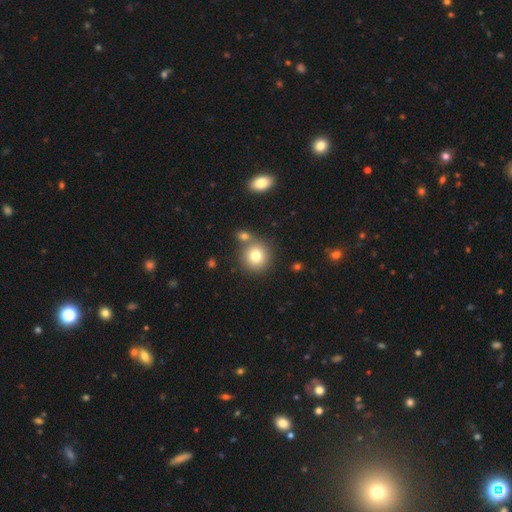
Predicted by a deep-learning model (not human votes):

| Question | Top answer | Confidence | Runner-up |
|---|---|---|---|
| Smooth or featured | smooth | 78% | star or artifact (11%) |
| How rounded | round | 90% | in between (9%) |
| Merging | none | 67% | merger (21%) |